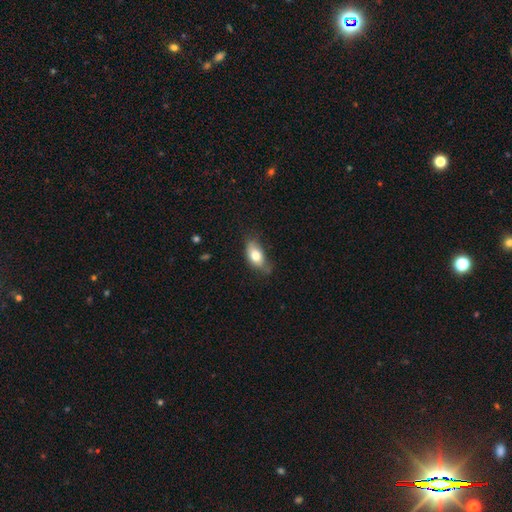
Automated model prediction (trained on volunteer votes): smooth_or_featured: smooth (p=0.74) [alt: featured or disk p=0.19]
how_rounded: in between (p=0.87) [alt: cigar-shaped p=0.07]
merging: none (p=0.53) [alt: minor disturbance p=0.36]